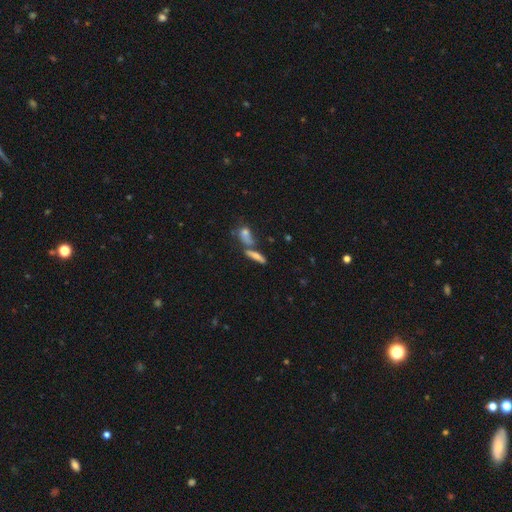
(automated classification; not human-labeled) Q: Smooth or featured?
A: smooth (56%); runner-up: featured or disk (32%)
Q: How rounded?
A: cigar-shaped (68%); runner-up: in between (29%)
Q: Merging?
A: none (48%); runner-up: merger (35%)